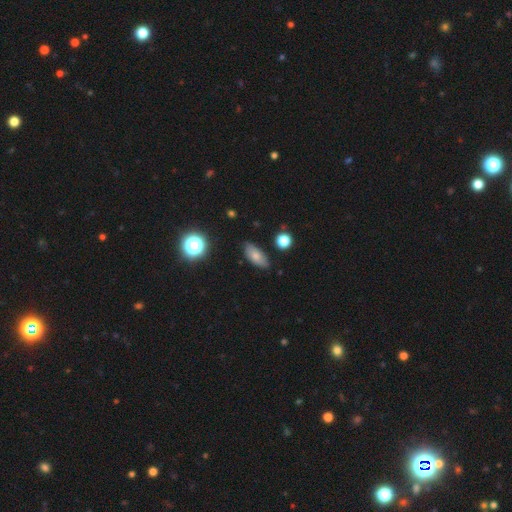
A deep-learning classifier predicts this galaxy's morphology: smooth_or_featured: smooth (p=0.72) [alt: featured or disk p=0.17]
how_rounded: in between (p=0.83) [alt: cigar-shaped p=0.11]
merging: none (p=0.81) [alt: minor disturbance p=0.15]